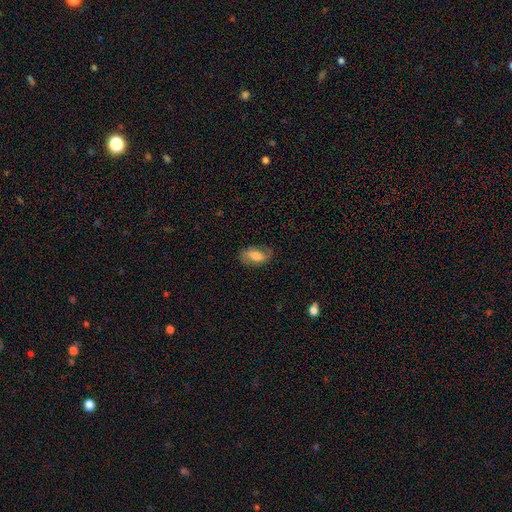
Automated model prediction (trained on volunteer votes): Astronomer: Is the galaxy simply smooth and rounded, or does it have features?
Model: smooth — 48% (runner-up: featured or disk, 45%).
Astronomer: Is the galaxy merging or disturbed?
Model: none — 75%.